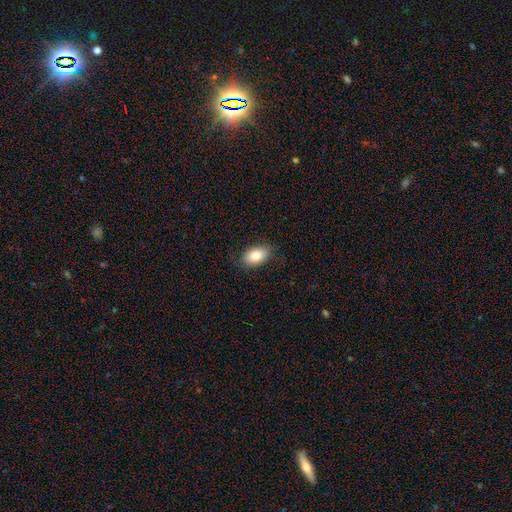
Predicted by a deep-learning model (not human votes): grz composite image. It shows a smooth galaxy with no disk features (83%) that is in between round and cigar-shaped (91%). Merging: none (85%).